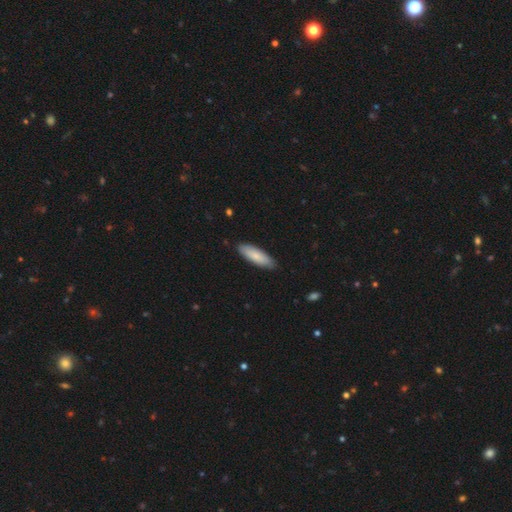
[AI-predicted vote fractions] smooth 81%, featured or disk 14%, star or artifact 5%. Down the decision tree: how rounded — in between (52%); merging — none (87%).